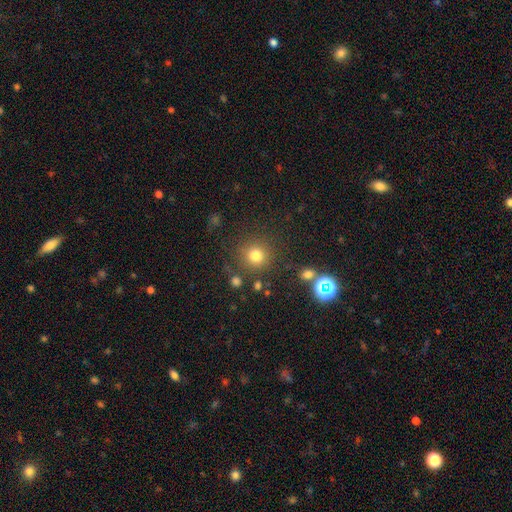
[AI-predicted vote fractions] Smooth or featured? Predicted: smooth (p=0.78). How rounded? Predicted: round (p=0.92). Merging? Predicted: none (p=0.84).